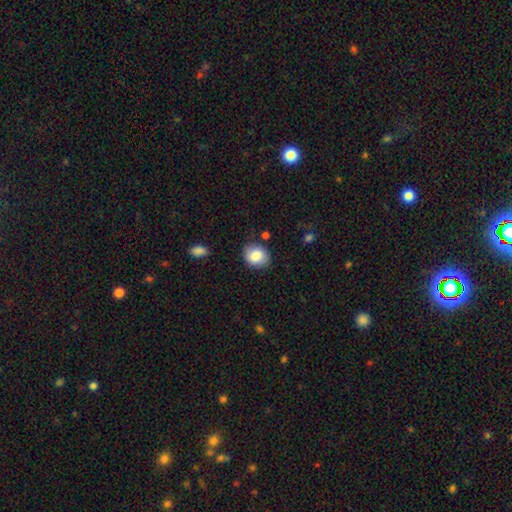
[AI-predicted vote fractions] A smooth galaxy with no disk features (81%) that is round (60%). Merging: none (81%).